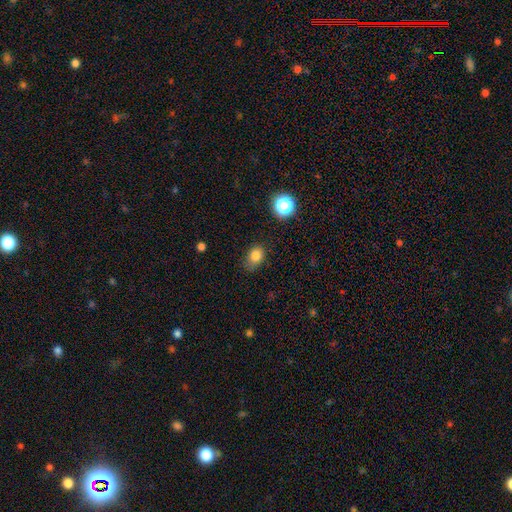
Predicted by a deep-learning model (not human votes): This appears to be a smooth galaxy with no disk features (81%) that is in between round and cigar-shaped (68%). Merging: none (71%).